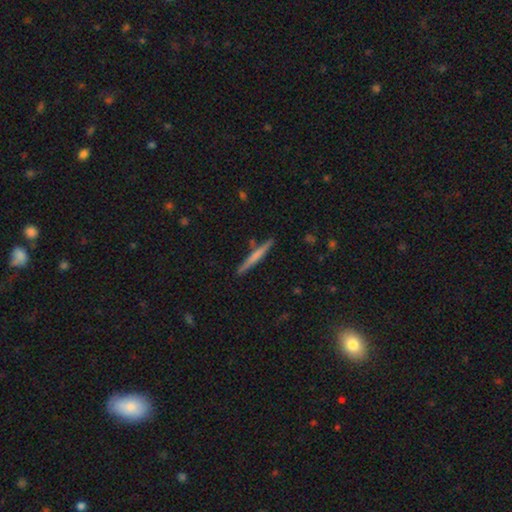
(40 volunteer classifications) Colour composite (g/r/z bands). It shows a smooth galaxy with no disk features (52%) that is cigar-shaped (100%). Merging: none (89%).